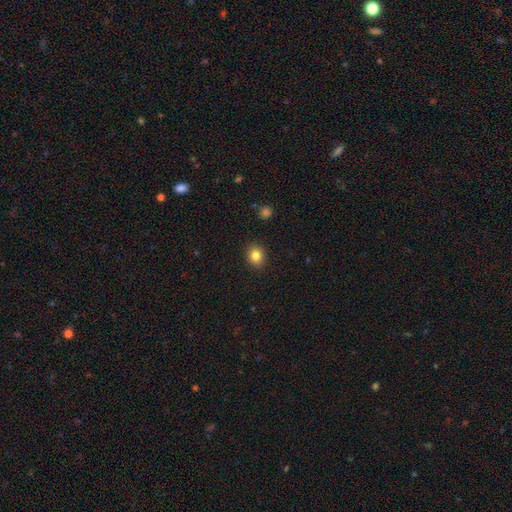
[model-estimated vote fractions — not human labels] Morphology: type=smooth (84%); roundness=round (71%); merging=none (90%).